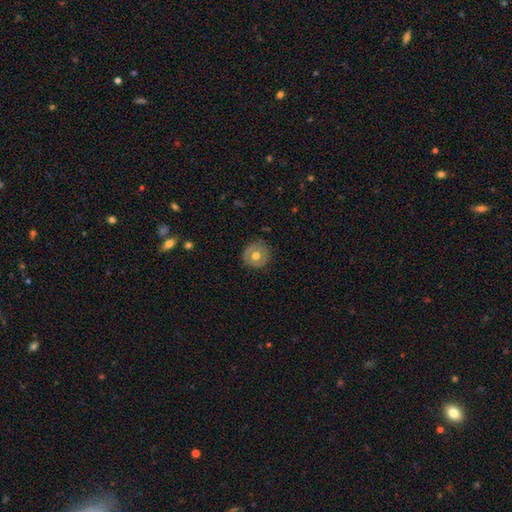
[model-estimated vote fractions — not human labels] smooth_or_featured: smooth (p=0.57) [alt: featured or disk p=0.36]
how_rounded: round (p=0.92) [alt: in between p=0.07]
merging: none (p=0.84) [alt: minor disturbance p=0.12]